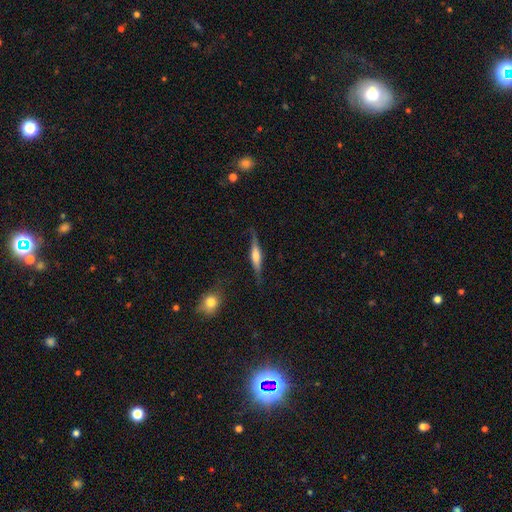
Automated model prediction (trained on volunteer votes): A featured or disk galaxy (58%) viewed edge-on (94%) with a rounded central bulge (71%).

Vote fractions:
- Smooth or featured? featured or disk: 58% / smooth: 36% / star or artifact: 6%
- Edge-on disk? yes: 94% / no: 6%
- Edge-on bulge? rounded: 71% / boxy: 20% / none: 10%
- Merging? none: 77% / minor disturbance: 16% / major disturbance: 4% / merger: 2%